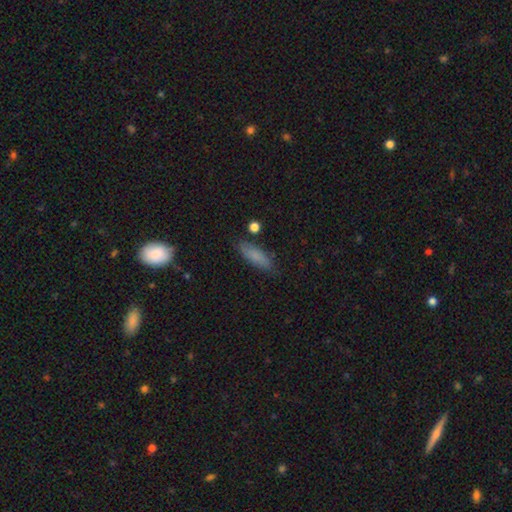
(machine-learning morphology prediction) A smooth galaxy with no disk features (79%) that is in between round and cigar-shaped (50%). Merging: none (78%).